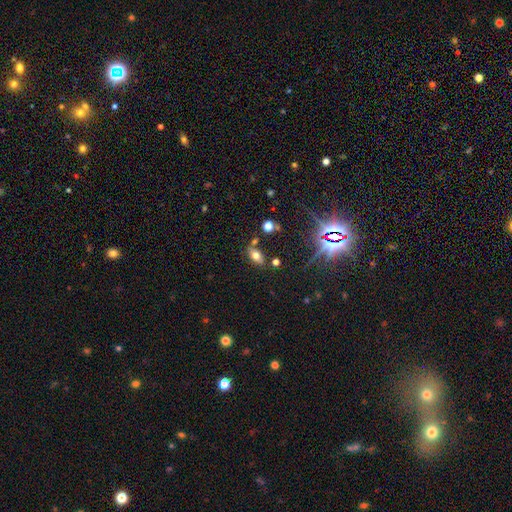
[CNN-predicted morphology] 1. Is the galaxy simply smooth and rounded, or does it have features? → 65% smooth, 18% featured or disk, 17% star or artifact.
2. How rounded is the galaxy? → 85% in between, 9% round, 6% cigar-shaped.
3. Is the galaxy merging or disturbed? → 71% none, 14% minor disturbance, 10% merger, 4% major disturbance.